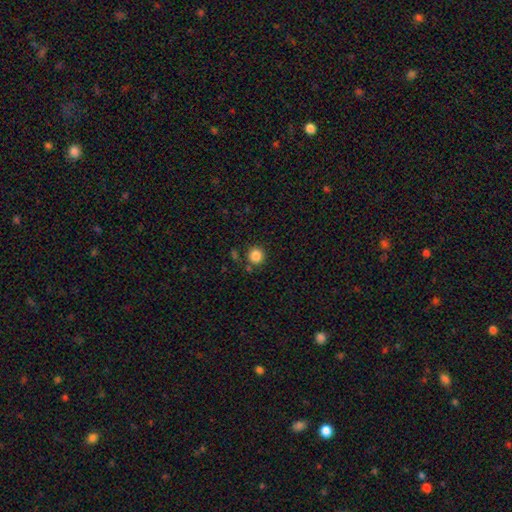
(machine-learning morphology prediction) Smooth or featured: smooth — 86% (star or artifact — 11%)
How rounded: round — 94% (in between — 6%)
Merging: none — 84% (minor disturbance — 8%)